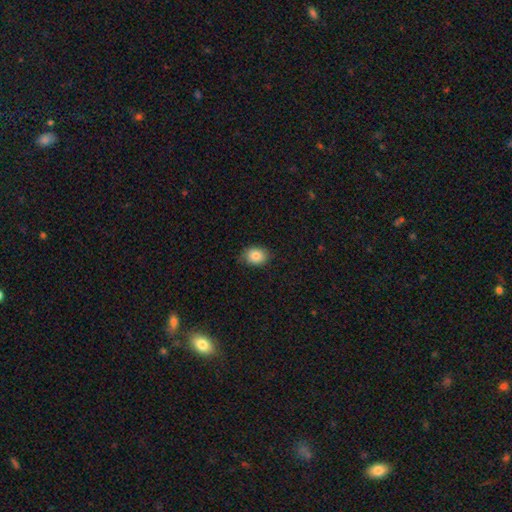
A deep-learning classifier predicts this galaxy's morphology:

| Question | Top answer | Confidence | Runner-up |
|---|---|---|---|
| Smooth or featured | smooth | 84% | star or artifact (9%) |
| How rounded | in between | 54% | round (45%) |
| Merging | none | 78% | minor disturbance (18%) |